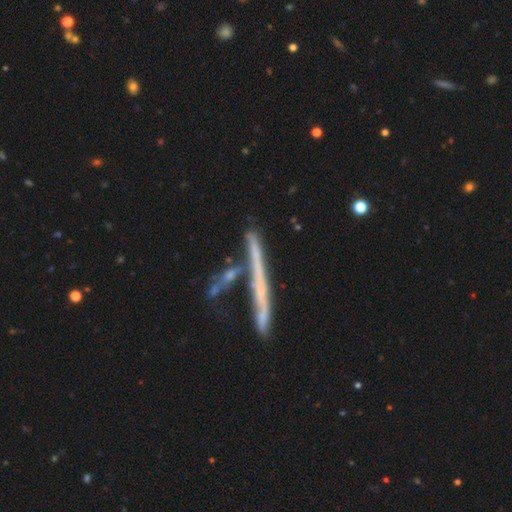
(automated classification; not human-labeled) The model was most divided on "smooth or featured": featured or disk: 49%, smooth: 39%, star or artifact: 12%. More confident: merging — none (57%).